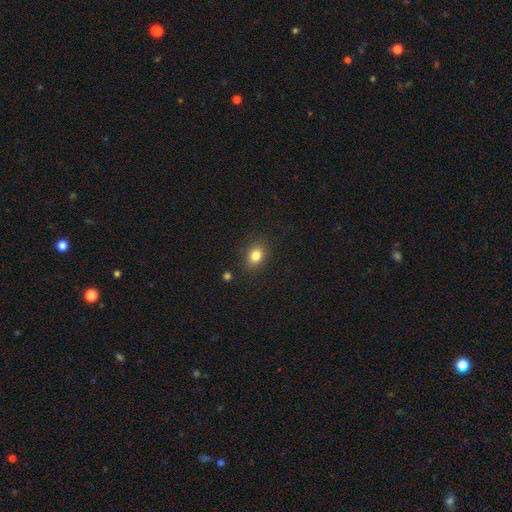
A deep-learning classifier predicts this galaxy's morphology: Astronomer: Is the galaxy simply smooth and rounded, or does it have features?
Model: smooth — 83%.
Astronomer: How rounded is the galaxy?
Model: in between — 57% (runner-up: round, 42%).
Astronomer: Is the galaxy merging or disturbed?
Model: none — 86%.